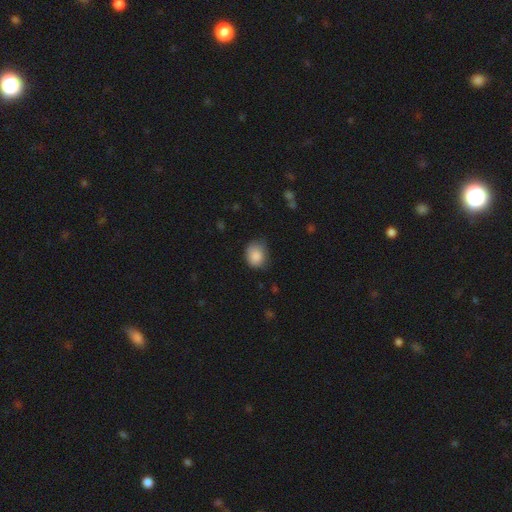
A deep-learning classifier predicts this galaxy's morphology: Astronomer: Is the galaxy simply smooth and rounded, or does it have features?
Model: smooth — 86%.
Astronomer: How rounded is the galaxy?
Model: round — 54% (runner-up: in between, 45%).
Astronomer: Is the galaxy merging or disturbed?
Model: none — 61%.